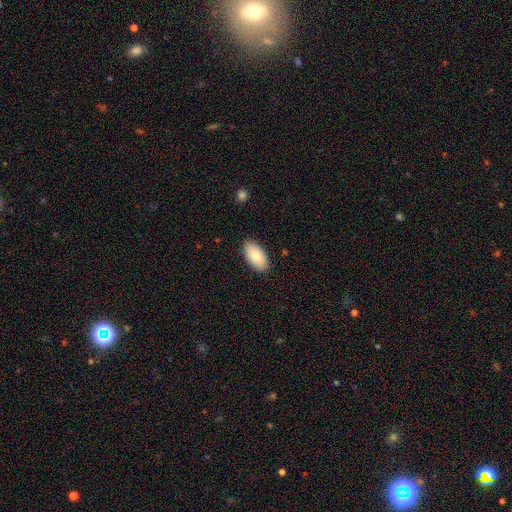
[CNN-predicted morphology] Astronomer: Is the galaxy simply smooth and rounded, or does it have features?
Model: smooth — 85%.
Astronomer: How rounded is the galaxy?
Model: in between — 96%.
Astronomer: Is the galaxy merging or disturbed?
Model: none — 87%.